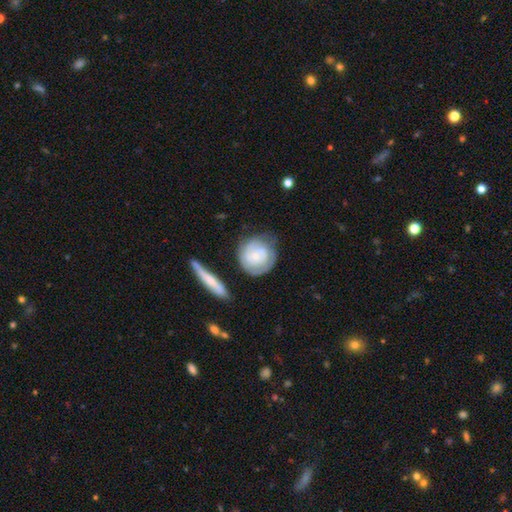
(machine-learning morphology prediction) A featured or disk galaxy (68%) with no bar (74%), 2 (39%) tight (71%) spiral arms (87%) and a small central bulge (69%). Merging: none (65%).